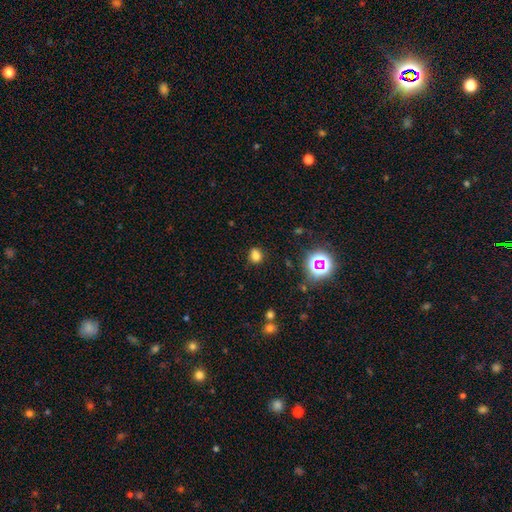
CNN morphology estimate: Overall: smooth (74%). How rounded: round (69%; in between 30%). Merging: none (80%).